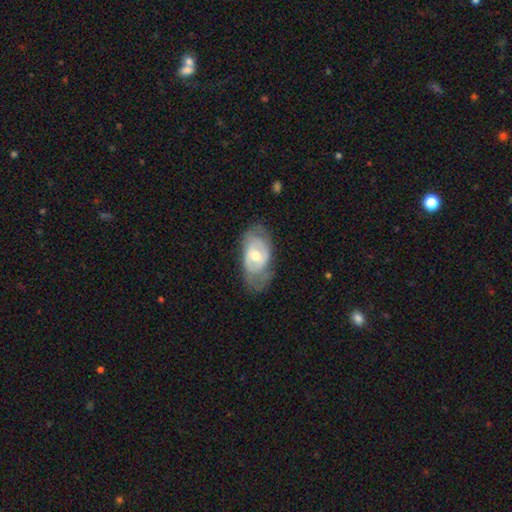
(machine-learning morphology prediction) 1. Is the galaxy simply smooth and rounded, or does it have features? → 66% featured or disk, 28% smooth, 6% star or artifact.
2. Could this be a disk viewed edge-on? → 93% no, 7% yes.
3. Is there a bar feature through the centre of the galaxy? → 51% no, 36% weak, 12% strong.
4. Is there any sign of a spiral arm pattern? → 63% yes, 37% no.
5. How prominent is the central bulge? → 67% moderate, 28% small, 4% large, 1% none, 1% dominant.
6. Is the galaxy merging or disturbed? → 62% none, 25% minor disturbance, 11% major disturbance, 1% merger.